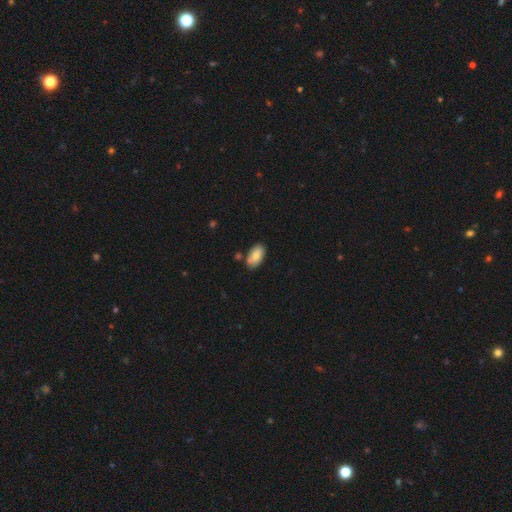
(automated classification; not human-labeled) This is clearly a smooth galaxy (81%). How rounded: clearly in between (95%). Merging: likely none (75%).